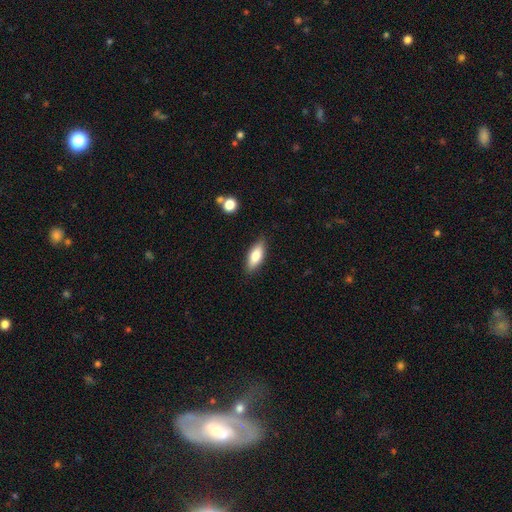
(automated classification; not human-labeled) Morphology: type=smooth (75%); roundness=in between (72%); merging=none (85%).